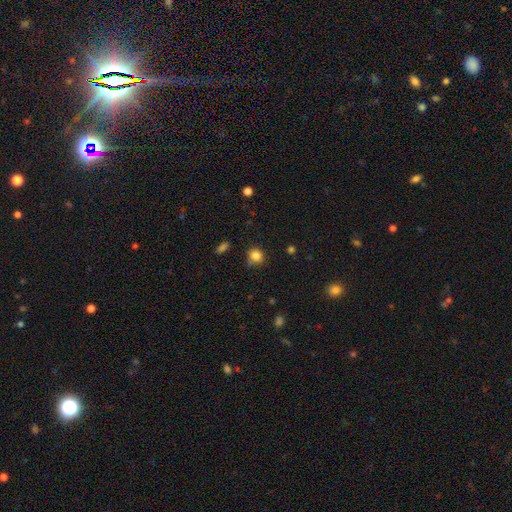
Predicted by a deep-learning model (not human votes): A smooth galaxy with no disk features (83%) that is round (83%).

Vote fractions:
- Smooth or featured? smooth: 83% / star or artifact: 12% / featured or disk: 5%
- How rounded? round: 83% / in between: 16% / cigar-shaped: 1%
- Merging? none: 76% / minor disturbance: 15% / merger: 5% / major disturbance: 4%